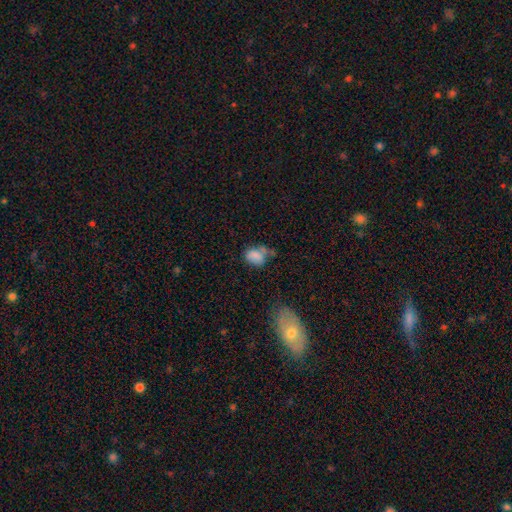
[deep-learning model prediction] This appears to be a smooth galaxy with no disk features (77%) that is in between round and cigar-shaped (66%). Merging: none (37%).